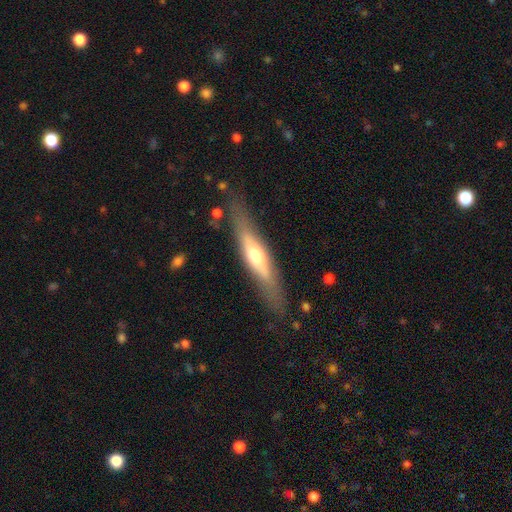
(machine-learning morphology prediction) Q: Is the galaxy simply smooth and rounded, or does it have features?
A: featured or disk — 52%.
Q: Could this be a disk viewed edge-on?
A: yes — 82%.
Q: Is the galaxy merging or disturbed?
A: none — 79%.